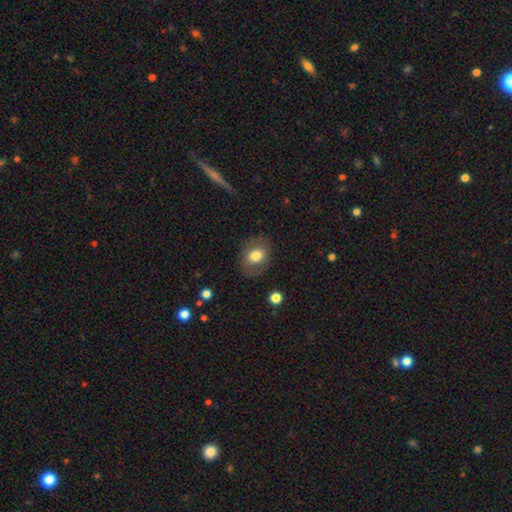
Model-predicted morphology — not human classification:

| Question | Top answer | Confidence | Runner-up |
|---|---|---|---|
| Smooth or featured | smooth | 74% | featured or disk (18%) |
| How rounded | in between | 57% | round (42%) |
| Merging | none | 79% | minor disturbance (14%) |